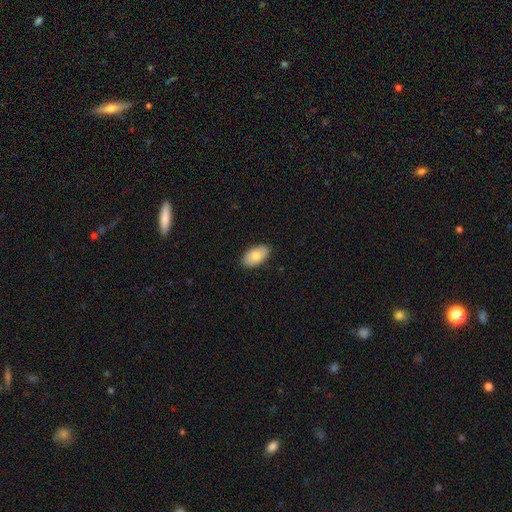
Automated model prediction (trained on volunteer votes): This appears to be a smooth galaxy with no disk features (80%) that is in between round and cigar-shaped (95%). Merging: none (87%).